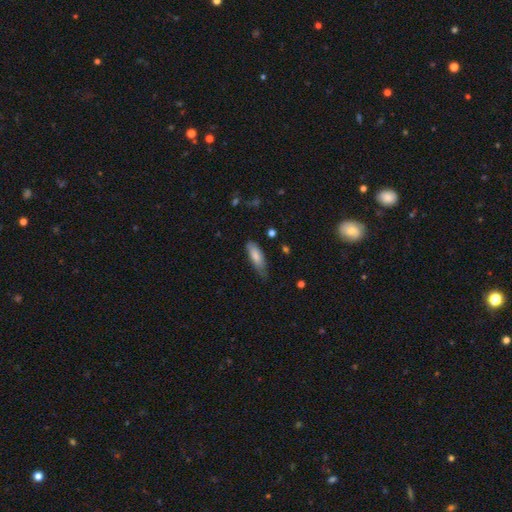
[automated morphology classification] This appears to be a smooth galaxy with no disk features (77%) that is in between round and cigar-shaped (62%). Merging: none (55%).